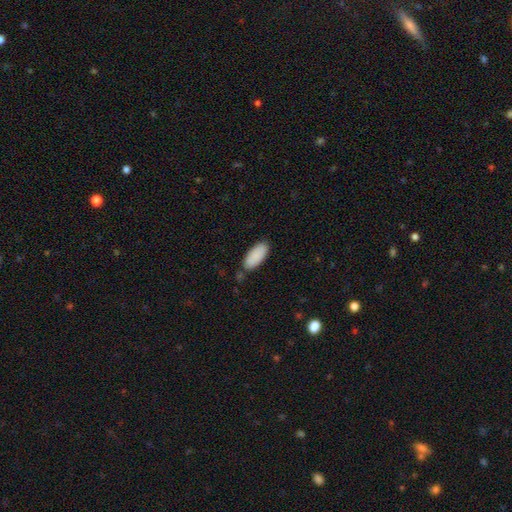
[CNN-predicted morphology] Q: Smooth or featured?
A: smooth (90%); runner-up: star or artifact (6%)
Q: How rounded?
A: in between (87%); runner-up: cigar-shaped (12%)
Q: Merging?
A: none (78%); runner-up: minor disturbance (15%)